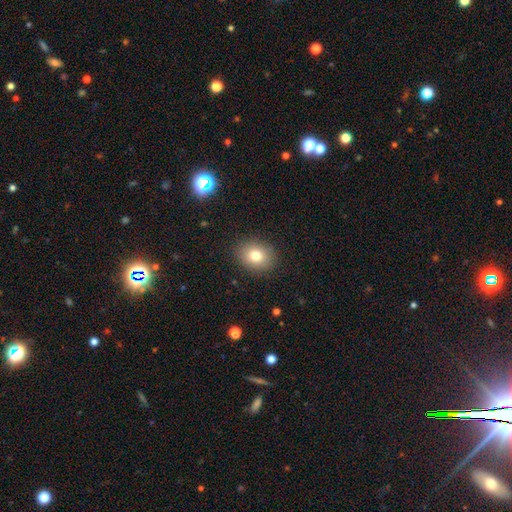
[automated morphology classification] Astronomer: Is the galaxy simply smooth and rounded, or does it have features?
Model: smooth — 79%.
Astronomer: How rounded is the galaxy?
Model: round — 52% (runner-up: in between, 47%).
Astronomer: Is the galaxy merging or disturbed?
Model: none — 88%.